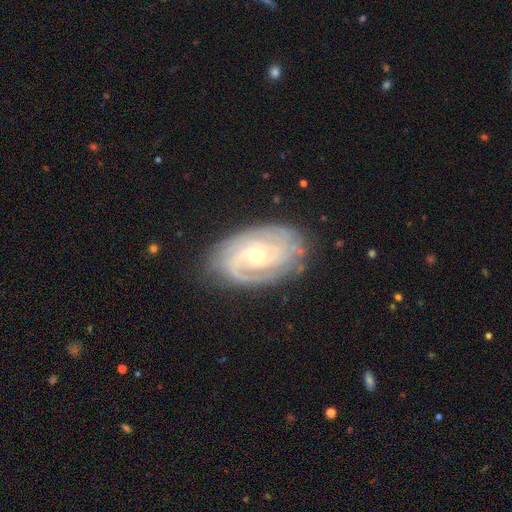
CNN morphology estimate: Overall: featured or disk (84%). Edge-on disk: no (95%). Bar: no (60%; weak 32%). Spiral arms: yes (95%). Spiral arm count: 2 (41%; can't tell 27%). Spiral winding: tight (61%; medium 30%). Bulge size: small (57%; moderate 40%). Merging: none (77%).